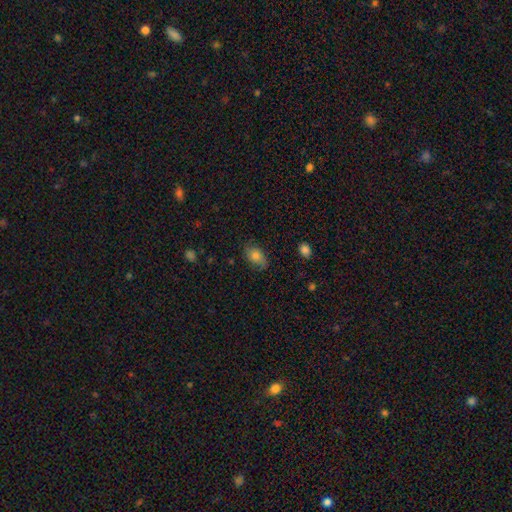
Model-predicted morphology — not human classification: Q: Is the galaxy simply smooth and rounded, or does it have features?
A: smooth — 78%.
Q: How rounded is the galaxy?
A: in between — 87%.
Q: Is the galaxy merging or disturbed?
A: none — 73%.